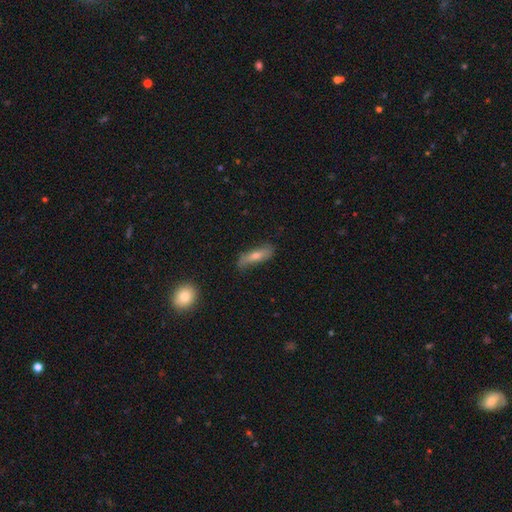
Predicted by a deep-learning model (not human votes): smooth_or_featured: smooth (p=0.54) [alt: featured or disk p=0.38]
how_rounded: cigar-shaped (p=0.59) [alt: in between p=0.38]
merging: none (p=0.69) [alt: minor disturbance p=0.23]